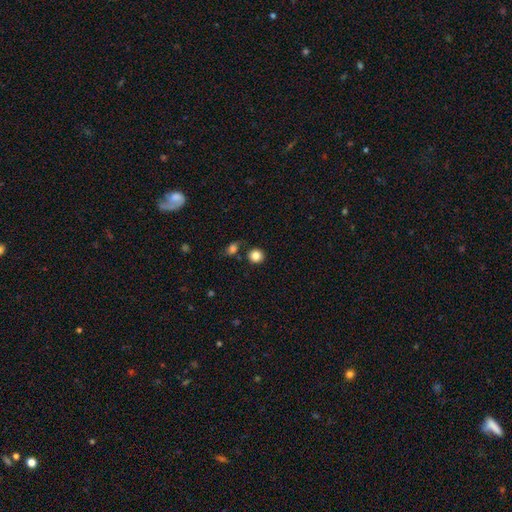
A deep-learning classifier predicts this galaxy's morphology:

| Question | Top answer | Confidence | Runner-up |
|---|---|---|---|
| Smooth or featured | smooth | 84% | star or artifact (10%) |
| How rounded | round | 90% | in between (9%) |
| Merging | none | 80% | minor disturbance (9%) |